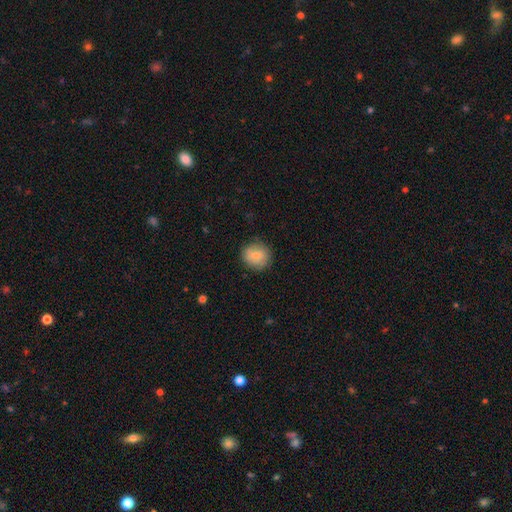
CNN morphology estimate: The model was most divided on "smooth or featured": smooth: 80%, featured or disk: 13%, star or artifact: 7%. More confident: how rounded — round (85%); merging — none (83%).